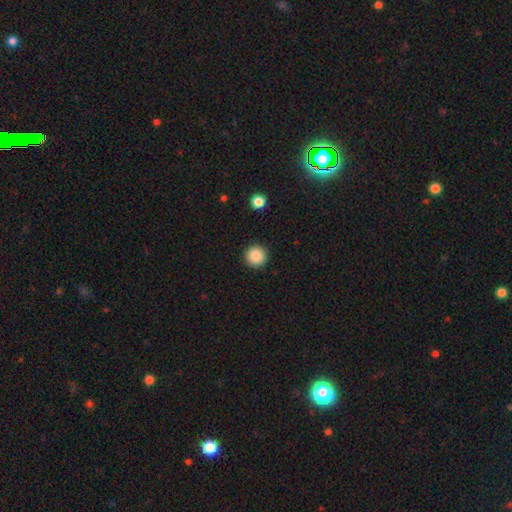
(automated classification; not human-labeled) This is clearly a smooth galaxy (86%). How rounded: clearly round (96%). Merging: clearly none (93%).